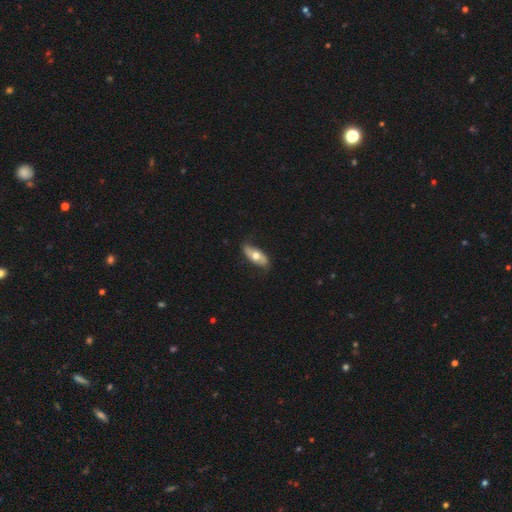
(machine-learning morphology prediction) type=smooth (51%); roundness=in between (78%); merging=none (79%).